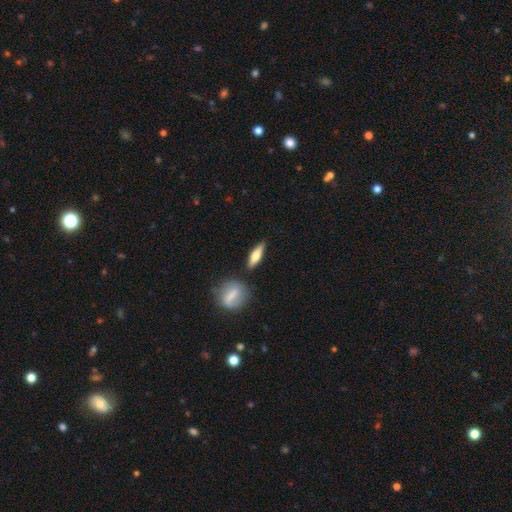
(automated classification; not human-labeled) Morphology: type=smooth (58%); roundness=cigar-shaped (58%); merging=none (81%).